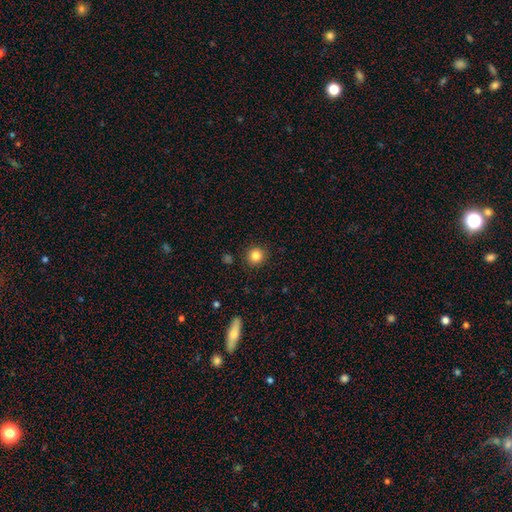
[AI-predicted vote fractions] Q: Smooth or featured?
A: smooth (84%); runner-up: star or artifact (11%)
Q: How rounded?
A: round (92%); runner-up: in between (7%)
Q: Merging?
A: none (91%); runner-up: minor disturbance (6%)